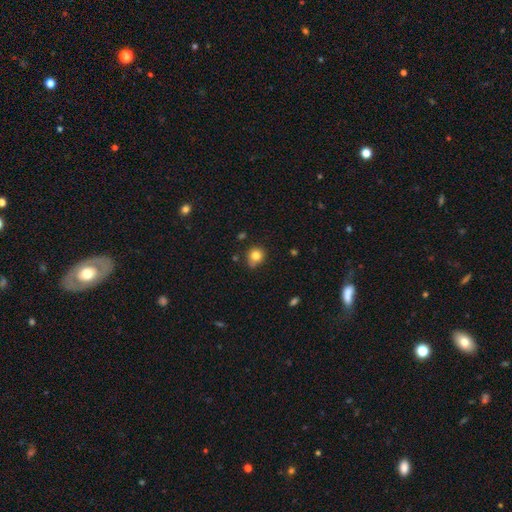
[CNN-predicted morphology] Q: Smooth or featured?
A: smooth (81%); runner-up: star or artifact (11%)
Q: How rounded?
A: round (82%); runner-up: in between (17%)
Q: Merging?
A: none (69%); runner-up: minor disturbance (22%)